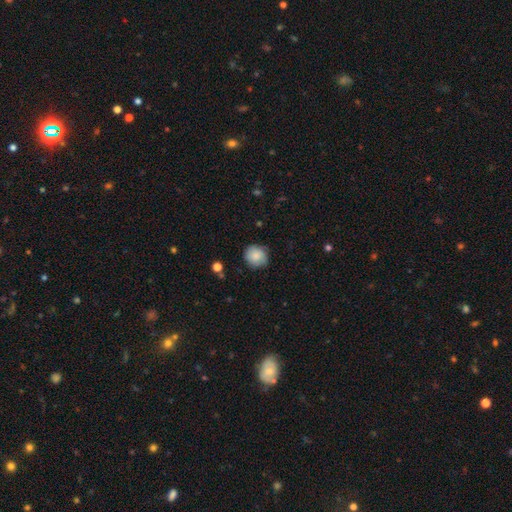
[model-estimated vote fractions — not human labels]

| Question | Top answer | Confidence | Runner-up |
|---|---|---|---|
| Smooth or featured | smooth | 84% | featured or disk (8%) |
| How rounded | round | 89% | in between (10%) |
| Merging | none | 80% | minor disturbance (15%) |